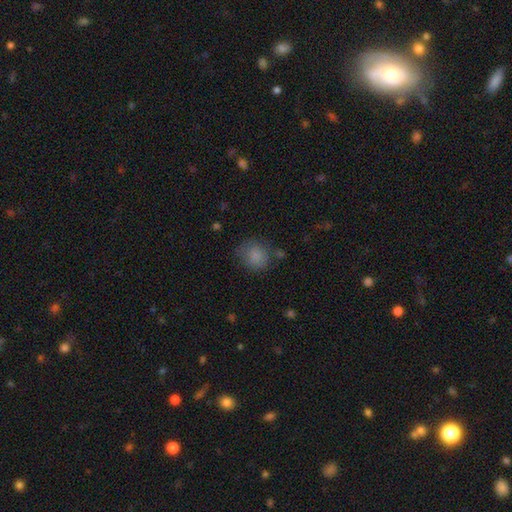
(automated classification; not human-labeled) smooth-or-featured: smooth: 84% | star or artifact: 10% | featured or disk: 7%
  how-rounded: round: 78% | in between: 21% | cigar-shaped: 1%
  merging: none: 68% | minor disturbance: 20% | major disturbance: 7% | merger: 4%